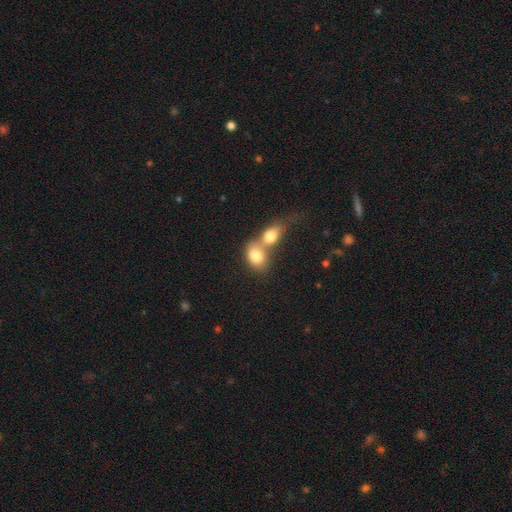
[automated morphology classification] smooth_or_featured: smooth (p=0.78) [alt: featured or disk p=0.14]
how_rounded: in between (p=0.68) [alt: round p=0.30]
merging: merger (p=0.70) [alt: none p=0.20]